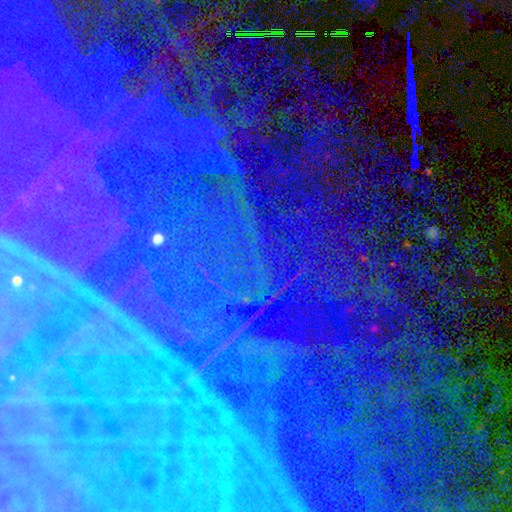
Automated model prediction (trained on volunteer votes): Q: Smooth or featured?
A: star or artifact (76%); runner-up: featured or disk (15%)